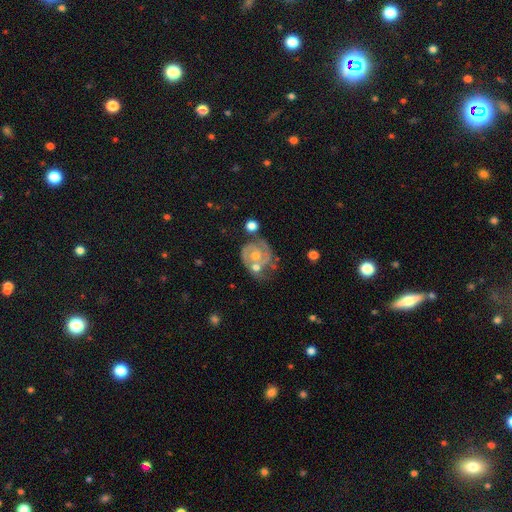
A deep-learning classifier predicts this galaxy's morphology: Smooth or featured?
  - featured or disk: 83% *
  - smooth: 11%
  - star or artifact: 6%
Edge-on disk?
  - no: 98% *
  - yes: 2%
Bar?
  - no: 74% *
  - weak: 22%
  - strong: 5%
Spiral arms?
  - yes: 91% *
  - no: 9%
Spiral winding?
  - tight: 59% *
  - medium: 33%
  - loose: 9%
Spiral arm count?
  - 2: 63% *
  - can't tell: 15%
  - 3: 9%
  - 1: 9%
  - 4: 2%
  - more than 4: 2%
Bulge size?
  - moderate: 60% *
  - small: 35%
  - large: 2%
  - none: 2%
  - dominant: 1%
Merging?
  - none: 46% *
  - minor disturbance: 21%
  - merger: 21%
  - major disturbance: 13%